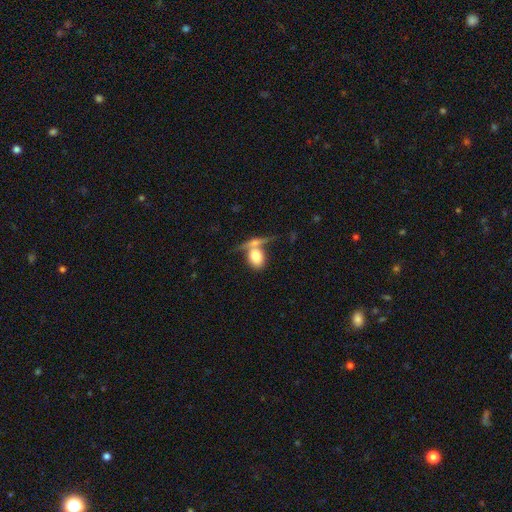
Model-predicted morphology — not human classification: smooth-or-featured: smooth: 75% | featured or disk: 18% | star or artifact: 8%
  how-rounded: in between: 64% | round: 32% | cigar-shaped: 4%
  merging: merger: 47% | none: 33% | minor disturbance: 11% | major disturbance: 9%